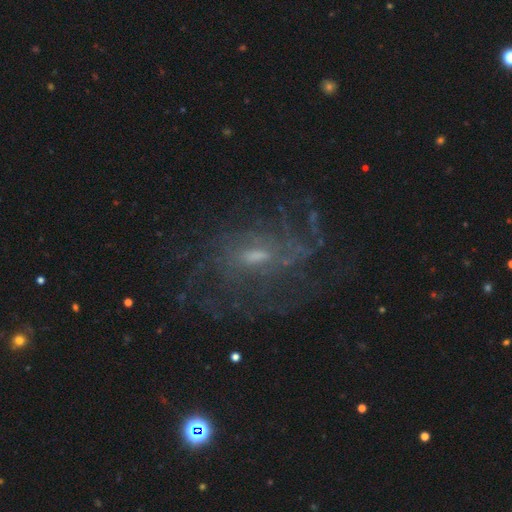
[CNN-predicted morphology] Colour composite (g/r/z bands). It shows a featured or disk galaxy (77%) with a weak bar (53%), medium (39%) spiral arms (82%) and a moderate central bulge (43%). Merging: none (60%).